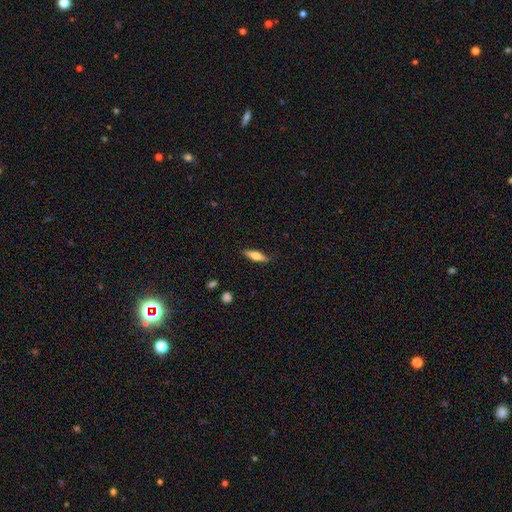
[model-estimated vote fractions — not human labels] This is likely a smooth galaxy (63%). How rounded: possibly cigar-shaped (57%). Merging: clearly none (84%).